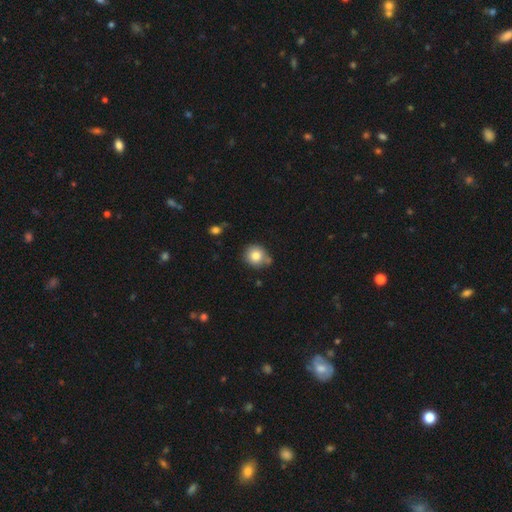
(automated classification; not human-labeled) A smooth galaxy with no disk features (81%) that is round (83%). Merging: none (65%).